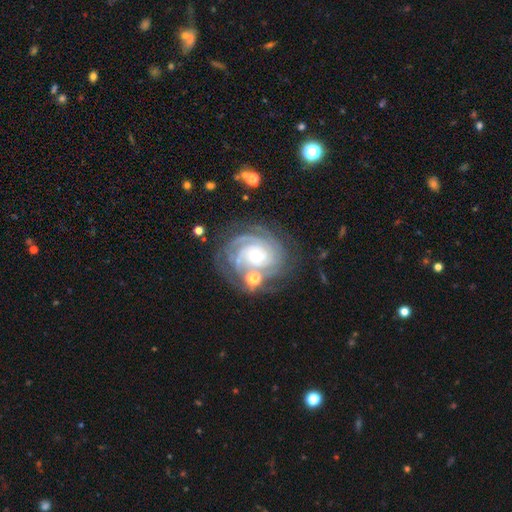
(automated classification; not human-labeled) smooth_or_featured: featured or disk (p=0.87) [alt: star or artifact p=0.07]
disk_edge_on: no (p=0.97) [alt: yes p=0.03]
bar: no (p=0.74) [alt: weak p=0.18]
has_spiral_arms: yes (p=0.98) [alt: no p=0.02]
spiral_winding: tight (p=0.80) [alt: medium p=0.17]
spiral_arm_count: 4 (p=0.29) [alt: 3 p=0.23]
bulge_size: small (p=0.68) [alt: moderate p=0.26]
merging: none (p=0.69) [alt: minor disturbance p=0.16]